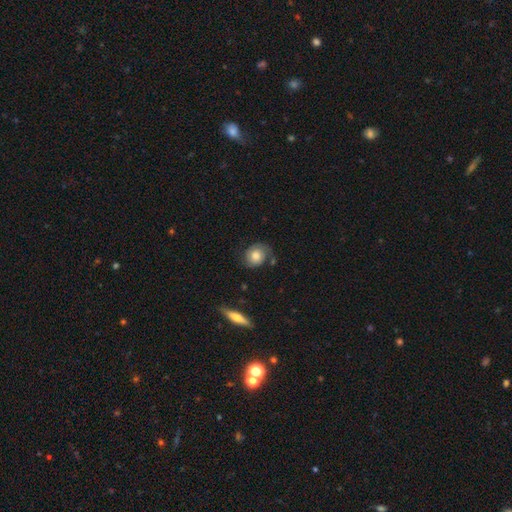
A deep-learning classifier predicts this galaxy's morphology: The model was most divided on "smooth or featured": smooth: 47%, featured or disk: 45%, star or artifact: 8%. More confident: merging — none (67%).